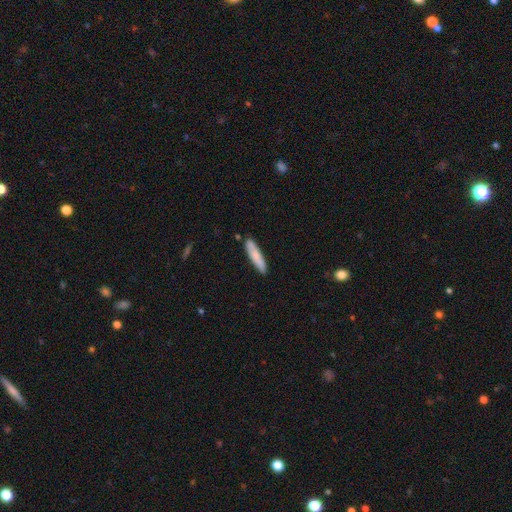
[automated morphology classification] smooth_or_featured: smooth (p=0.78) [alt: featured or disk p=0.16]
how_rounded: cigar-shaped (p=0.85) [alt: in between p=0.14]
merging: none (p=0.83) [alt: minor disturbance p=0.12]